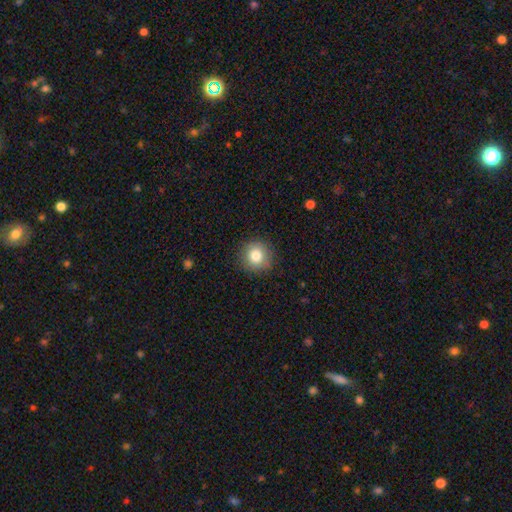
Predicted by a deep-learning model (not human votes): Smooth or featured? Predicted: smooth (p=0.82). How rounded? Predicted: round (p=0.93). Merging? Predicted: none (p=0.89).